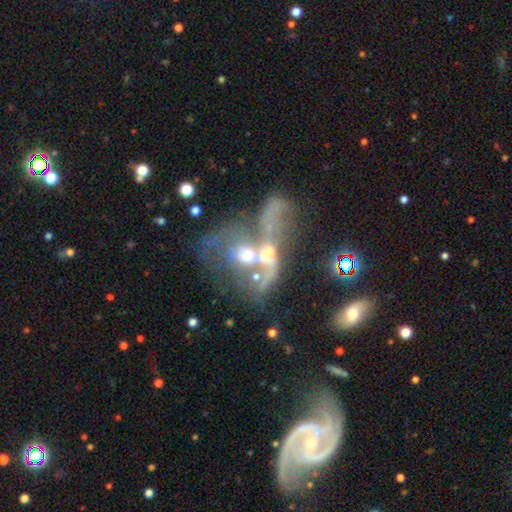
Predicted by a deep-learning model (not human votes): This appears to be a featured or disk galaxy (63%) with no bar (74%), no spiral arms (53%) and a moderate central bulge (53%). Merging: merger (68%).